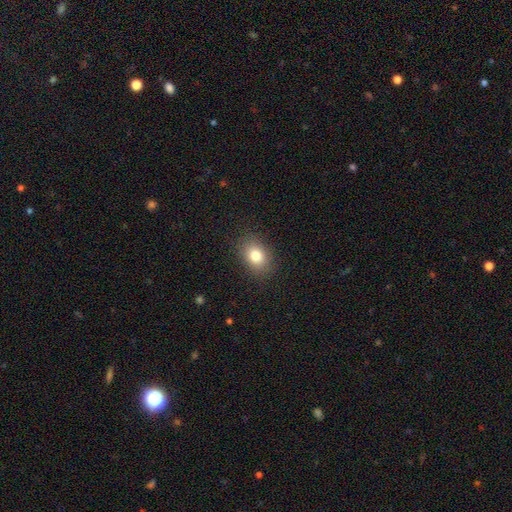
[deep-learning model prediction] smooth 80%, star or artifact 11%, featured or disk 9%. Down the decision tree: how rounded — in between (70%); merging — none (87%).